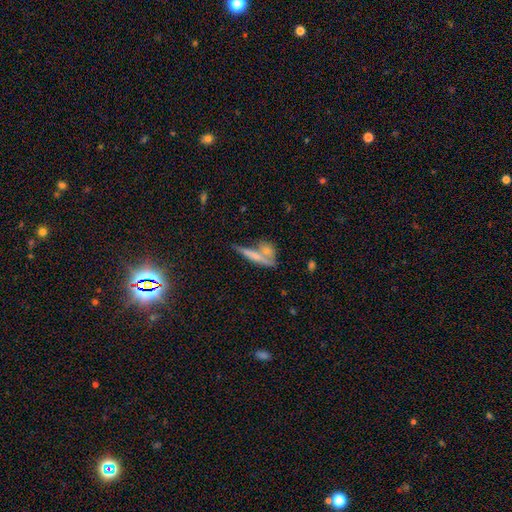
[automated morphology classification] A smooth galaxy with no disk features (56%) that is cigar-shaped (75%). Merging: none (44%).